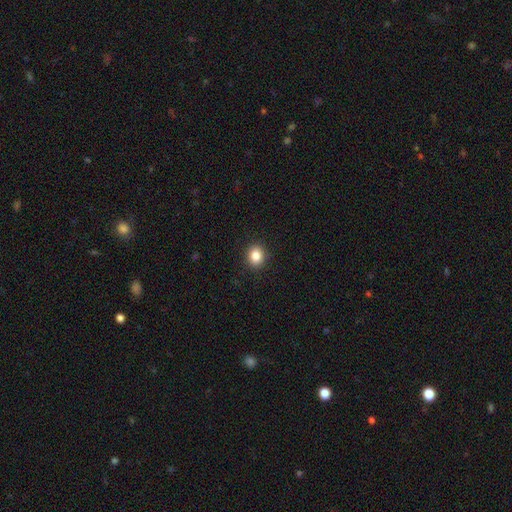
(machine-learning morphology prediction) Smooth or featured?
  - smooth: 86% *
  - star or artifact: 10%
  - featured or disk: 4%
How rounded?
  - round: 71% *
  - in between: 28%
  - cigar-shaped: 1%
Merging?
  - none: 91% *
  - minor disturbance: 6%
  - major disturbance: 2%
  - merger: 1%